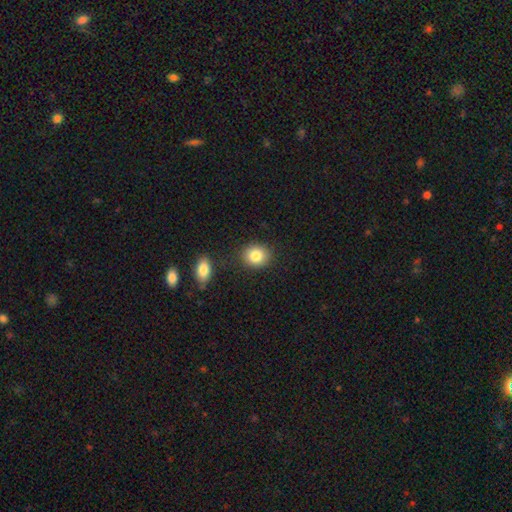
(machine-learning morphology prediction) Overall: smooth (84%). How rounded: round (69%; in between 30%). Merging: none (83%).